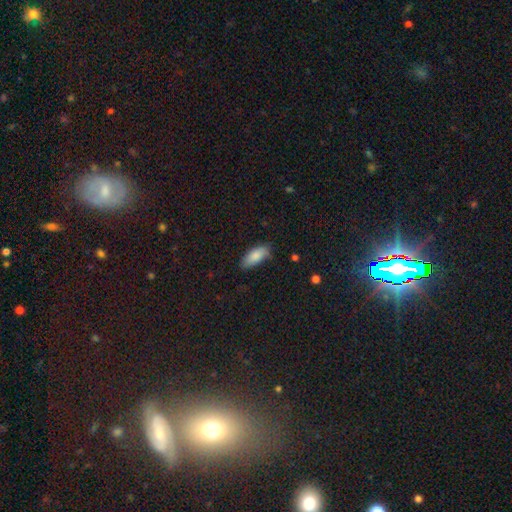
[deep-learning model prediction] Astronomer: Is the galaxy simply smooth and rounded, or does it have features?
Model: smooth — 86%.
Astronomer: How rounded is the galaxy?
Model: in between — 84%.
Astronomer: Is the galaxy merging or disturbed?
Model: none — 76%.